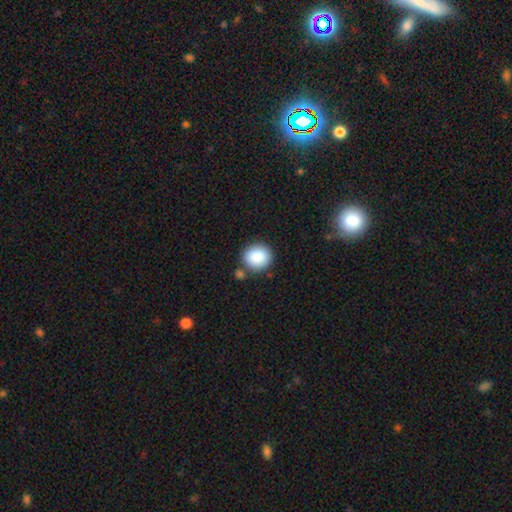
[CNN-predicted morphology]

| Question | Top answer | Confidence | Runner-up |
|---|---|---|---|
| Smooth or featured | smooth | 88% | star or artifact (8%) |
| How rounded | round | 83% | in between (16%) |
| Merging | none | 78% | minor disturbance (10%) |